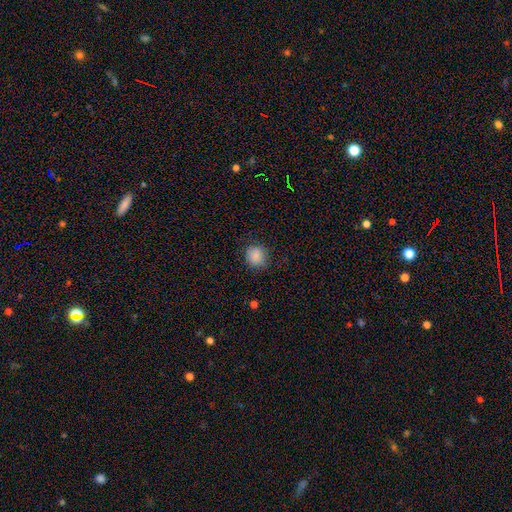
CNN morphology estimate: smooth_or_featured: smooth (p=0.86) [alt: star or artifact p=0.09]
how_rounded: round (p=0.85) [alt: in between p=0.14]
merging: none (p=0.81) [alt: minor disturbance p=0.14]